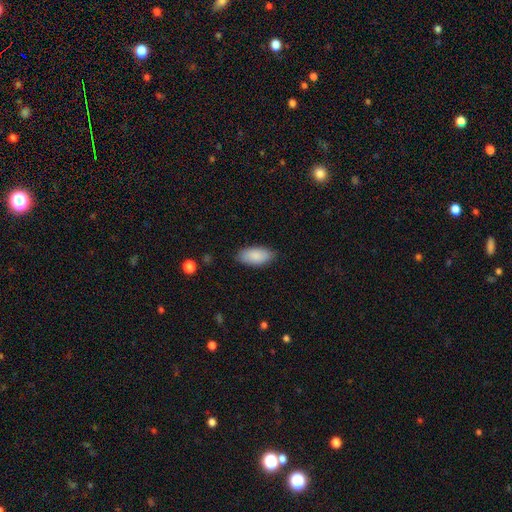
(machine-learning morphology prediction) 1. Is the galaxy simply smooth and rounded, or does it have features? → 87% smooth, 7% featured or disk, 6% star or artifact.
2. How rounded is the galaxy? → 93% in between, 5% cigar-shaped, 2% round.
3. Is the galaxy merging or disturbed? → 84% none, 13% minor disturbance, 2% major disturbance, 1% merger.